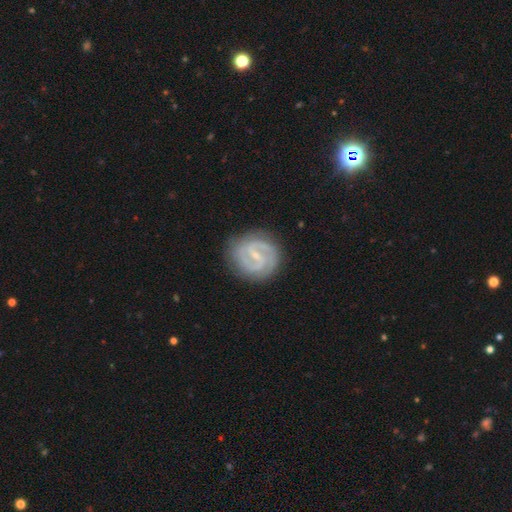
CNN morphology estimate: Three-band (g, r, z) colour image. It shows a featured or disk galaxy (89%) with a weak bar (53%), 2 (87%) medium (46%) spiral arms (97%) and a small central bulge (72%). Merging: none (84%).